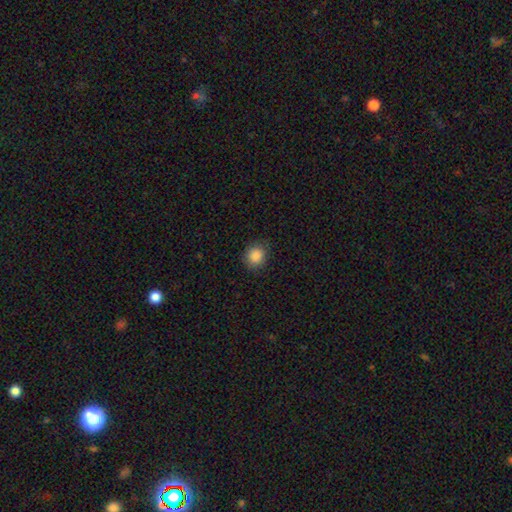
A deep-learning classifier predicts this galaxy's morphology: A smooth galaxy with no disk features (87%) that is round (79%). Merging: none (86%).